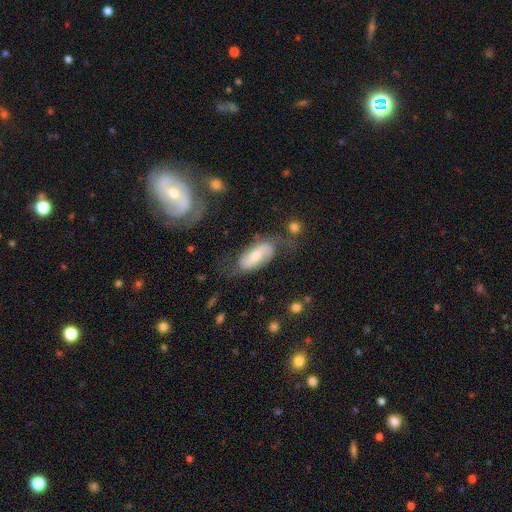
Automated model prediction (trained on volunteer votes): Q: Smooth or featured?
A: featured or disk (62%); runner-up: smooth (31%)
Q: Edge-on disk?
A: no (91%); runner-up: yes (9%)
Q: Bar?
A: strong (37%); runner-up: weak (34%)
Q: Spiral arms?
A: yes (85%); runner-up: no (15%)
Q: Bulge size?
A: moderate (51%); runner-up: small (40%)
Q: Merging?
A: none (59%); runner-up: minor disturbance (22%)